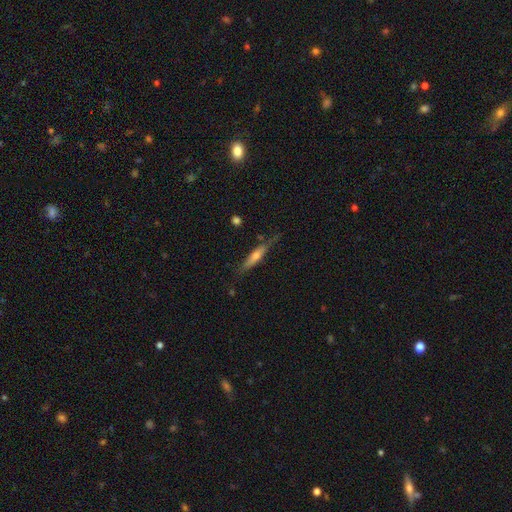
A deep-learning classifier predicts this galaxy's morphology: This is possibly a featured or disk galaxy (47%). Merging: likely none (69%).